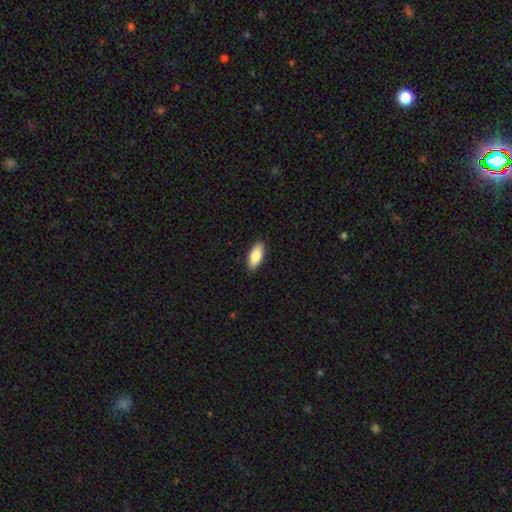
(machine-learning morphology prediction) Q: Smooth or featured?
A: smooth (85%); runner-up: featured or disk (9%)
Q: How rounded?
A: in between (88%); runner-up: cigar-shaped (10%)
Q: Merging?
A: none (88%); runner-up: minor disturbance (9%)